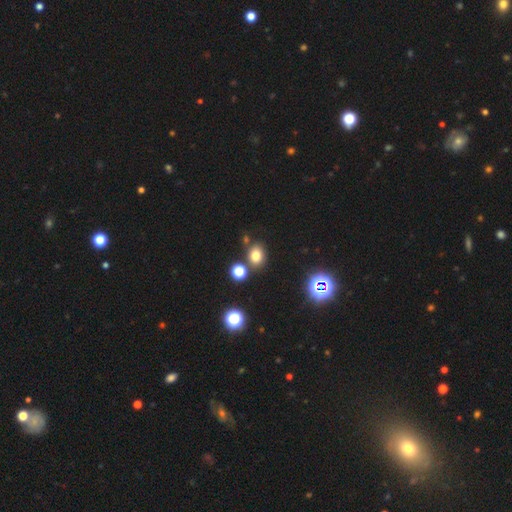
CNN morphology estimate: type=smooth (73%); roundness=round (54%); merging=none (75%).